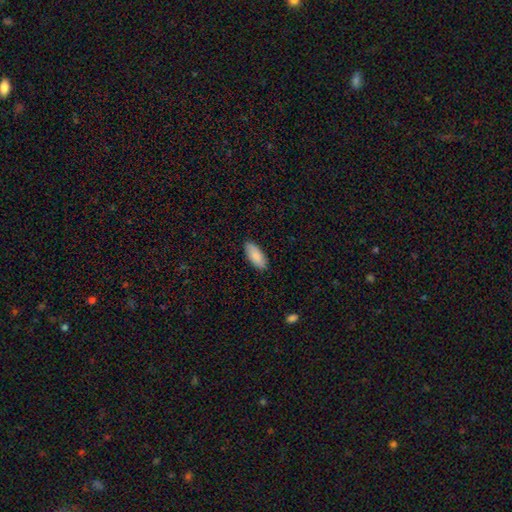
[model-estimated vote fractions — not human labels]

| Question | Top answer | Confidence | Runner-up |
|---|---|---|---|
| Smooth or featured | smooth | 88% | featured or disk (6%) |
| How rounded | in between | 87% | cigar-shaped (12%) |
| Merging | none | 88% | minor disturbance (10%) |